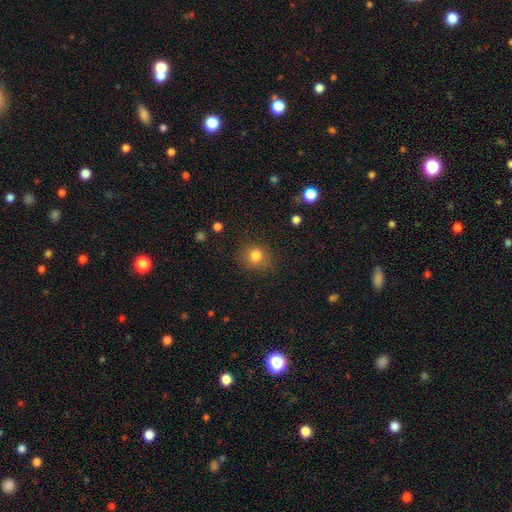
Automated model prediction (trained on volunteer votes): Smooth or featured: smooth — 80% (star or artifact — 12%)
How rounded: round — 76% (in between — 23%)
Merging: none — 82% (minor disturbance — 13%)